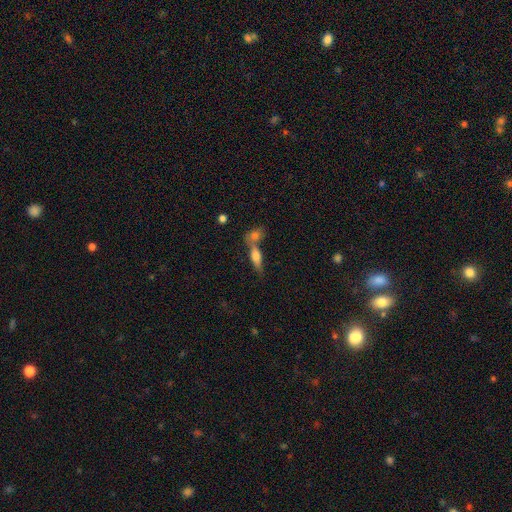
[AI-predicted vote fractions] Smooth or featured? smooth (65%)
How rounded? in between (48%)
Merging? merger (44%)